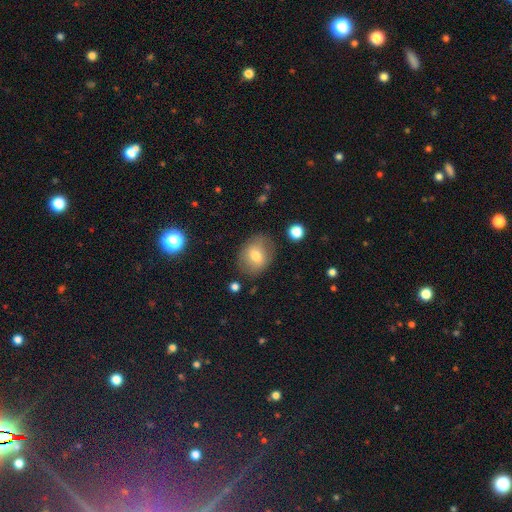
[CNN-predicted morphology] A smooth galaxy with no disk features (68%) that is in between round and cigar-shaped (54%).

Vote fractions:
- Smooth or featured? smooth: 68% / featured or disk: 24% / star or artifact: 9%
- How rounded? in between: 54% / round: 45% / cigar-shaped: 1%
- Merging? none: 77% / minor disturbance: 15% / major disturbance: 5% / merger: 2%